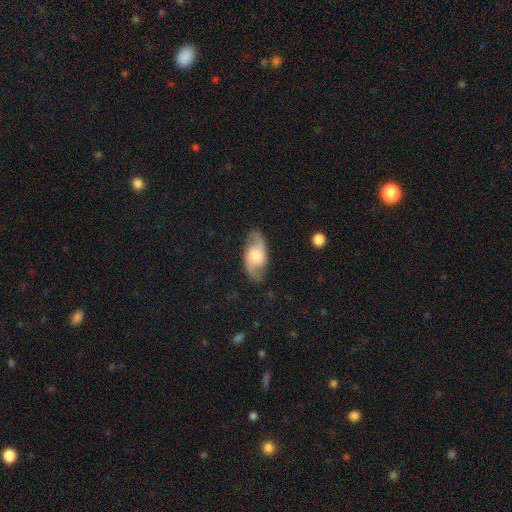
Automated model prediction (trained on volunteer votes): Smooth or featured? featured or disk (75%)
Edge-on disk? no (95%)
Bar? no (48%)
Spiral arms? yes (94%)
Spiral winding? loose (44%)
Spiral arm count? 2 (92%)
Bulge size? moderate (45%)
Merging? none (82%)